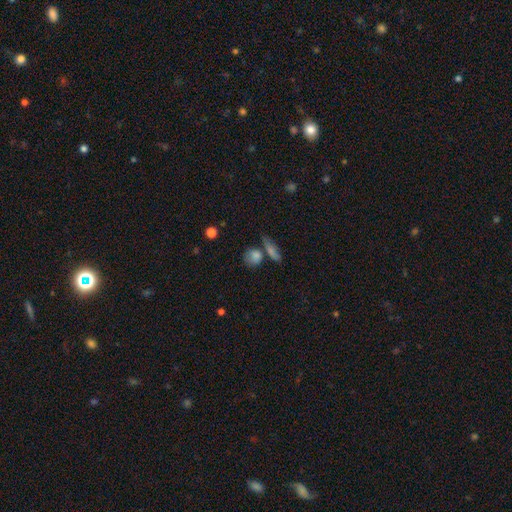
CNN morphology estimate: smooth-or-featured: smooth: 79% | star or artifact: 11% | featured or disk: 10%
  how-rounded: round: 66% | in between: 26% | cigar-shaped: 7%
  merging: none: 58% | merger: 21% | minor disturbance: 14% | major disturbance: 6%